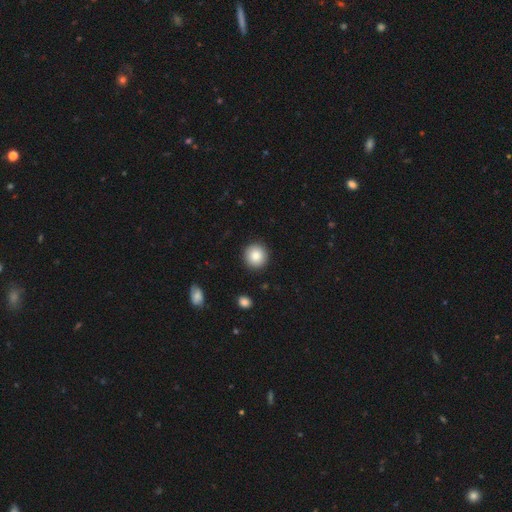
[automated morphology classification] Smooth or featured? smooth (86%)
How rounded? round (94%)
Merging? none (91%)